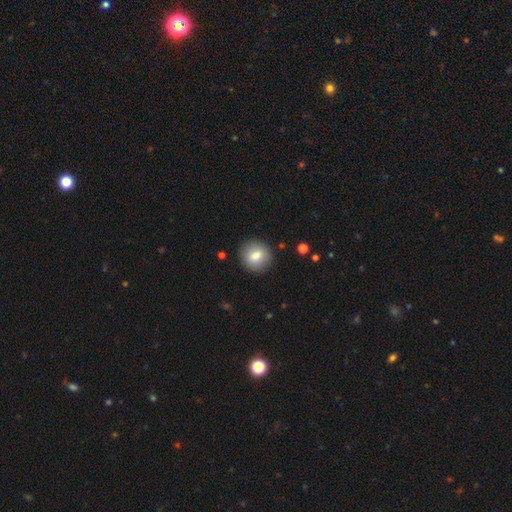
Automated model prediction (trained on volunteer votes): Smooth or featured? Predicted: smooth (p=0.80). How rounded? Predicted: round (p=0.86). Merging? Predicted: none (p=0.88).